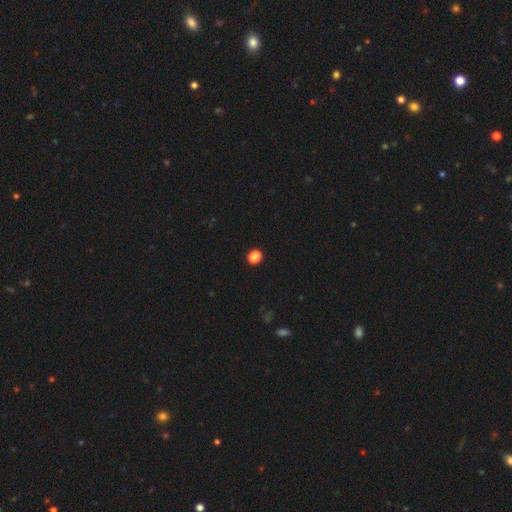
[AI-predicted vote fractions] Q: Smooth or featured?
A: smooth (79%); runner-up: star or artifact (18%)
Q: How rounded?
A: round (59%); runner-up: in between (40%)
Q: Merging?
A: none (87%); runner-up: minor disturbance (7%)